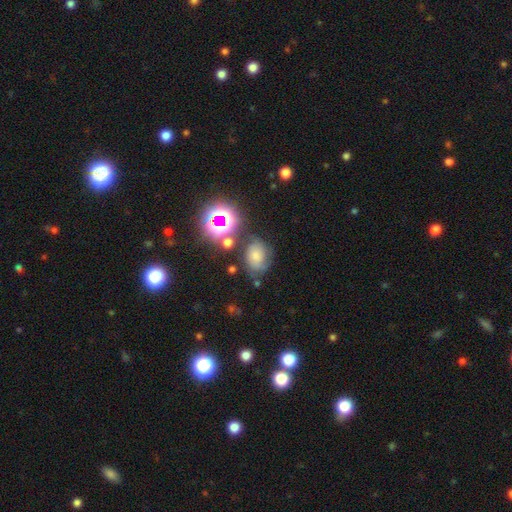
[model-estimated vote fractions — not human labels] The model was most divided on "smooth or featured": smooth: 39%, featured or disk: 37%, star or artifact: 24%. More confident: merging — none (58%).